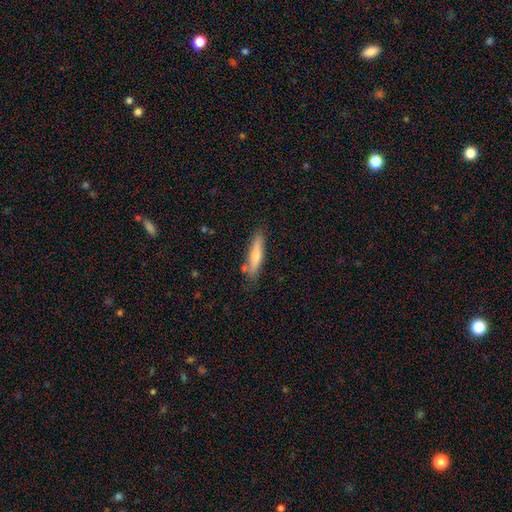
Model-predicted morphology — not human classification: Smooth or featured: smooth — 59% (featured or disk — 35%)
How rounded: cigar-shaped — 84% (in between — 14%)
Merging: none — 78% (minor disturbance — 15%)